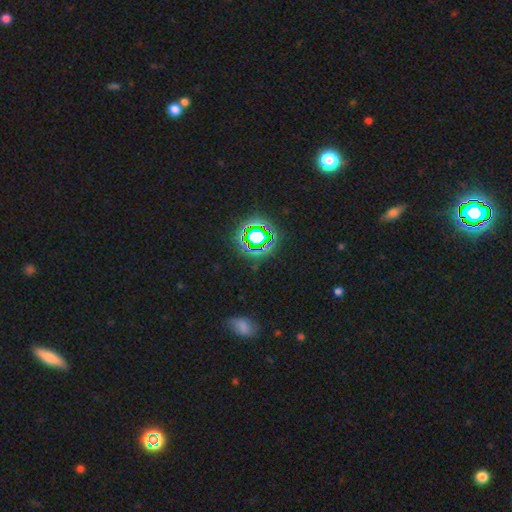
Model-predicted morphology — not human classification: Smooth or featured? star or artifact (71%)